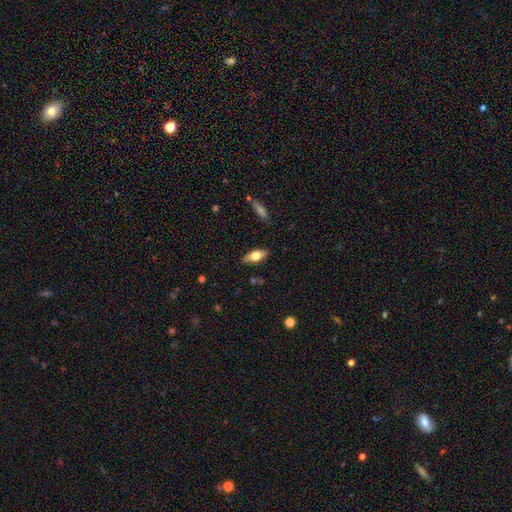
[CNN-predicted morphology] Q: Smooth or featured?
A: smooth (66%); runner-up: featured or disk (27%)
Q: How rounded?
A: in between (83%); runner-up: cigar-shaped (14%)
Q: Merging?
A: none (84%); runner-up: minor disturbance (12%)